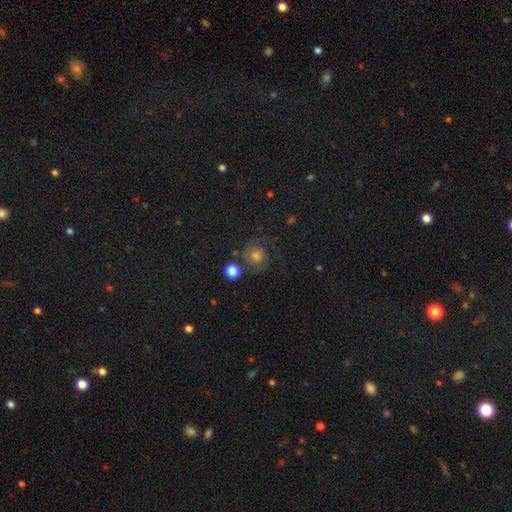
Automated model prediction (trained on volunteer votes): Q: Smooth or featured?
A: smooth (50%); runner-up: featured or disk (28%)
Q: How rounded?
A: round (88%); runner-up: in between (11%)
Q: Merging?
A: none (73%); runner-up: minor disturbance (14%)